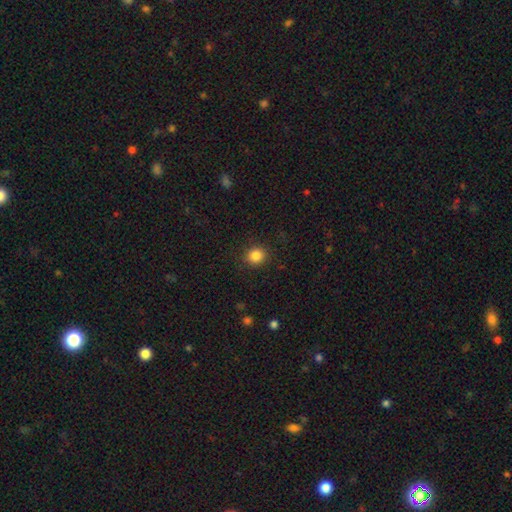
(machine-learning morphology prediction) type=smooth (85%); roundness=round (86%); merging=none (90%).